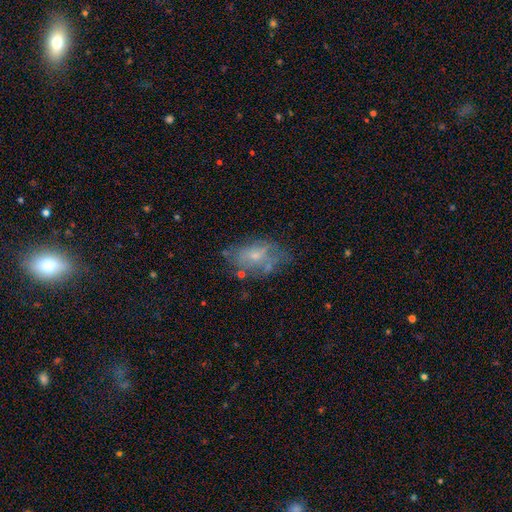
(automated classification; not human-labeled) Smooth or featured: smooth — 46% (featured or disk — 44%)
Merging: none — 52% (minor disturbance — 26%)